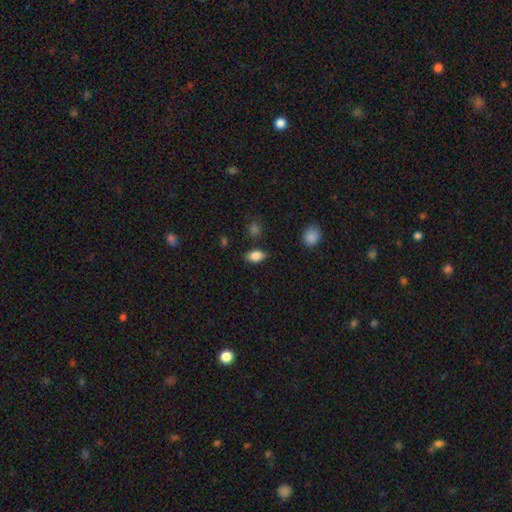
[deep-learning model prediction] smooth-or-featured: smooth: 85% | star or artifact: 9% | featured or disk: 7%
  how-rounded: in between: 88% | round: 8% | cigar-shaped: 4%
  merging: none: 84% | minor disturbance: 11% | major disturbance: 3% | merger: 2%